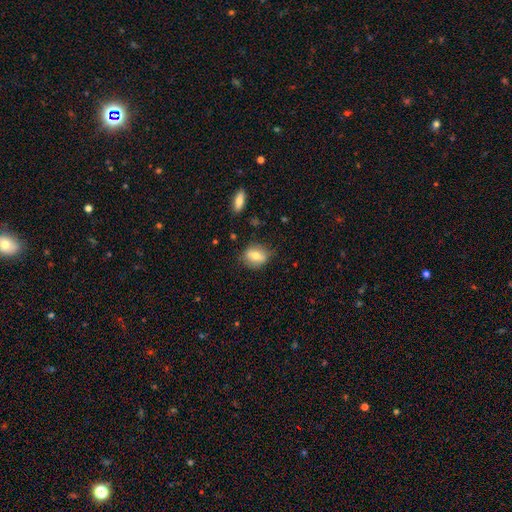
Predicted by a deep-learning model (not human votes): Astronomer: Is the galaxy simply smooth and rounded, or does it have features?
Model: smooth — 65%.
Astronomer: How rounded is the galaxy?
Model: in between — 52% (runner-up: round, 45%).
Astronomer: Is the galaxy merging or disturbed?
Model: none — 76%.